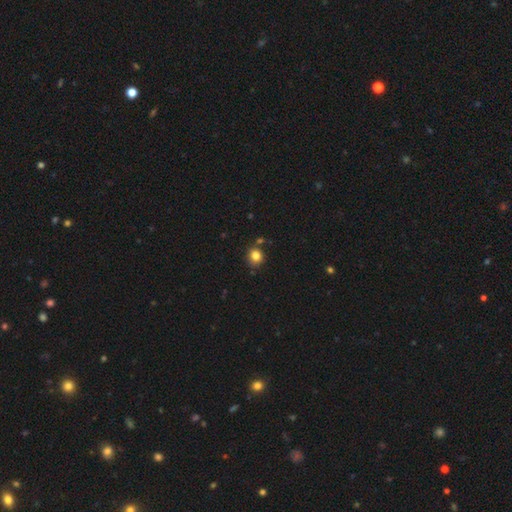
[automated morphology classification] Smooth or featured? smooth (82%)
How rounded? round (83%)
Merging? none (79%)